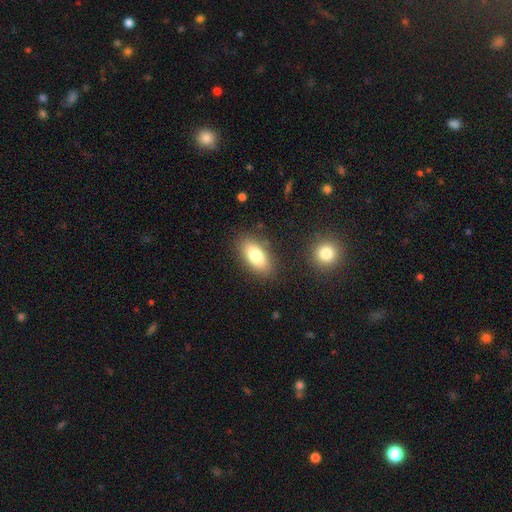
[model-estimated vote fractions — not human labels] smooth 80%, featured or disk 12%, star or artifact 8%. Down the decision tree: how rounded — in between (90%); merging — none (85%).